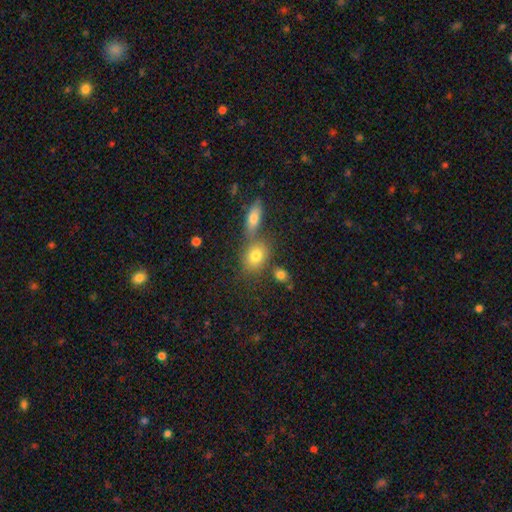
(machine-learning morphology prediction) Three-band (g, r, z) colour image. It shows a smooth galaxy with no disk features (78%) that is in between round and cigar-shaped (56%). Merging: none (54%).